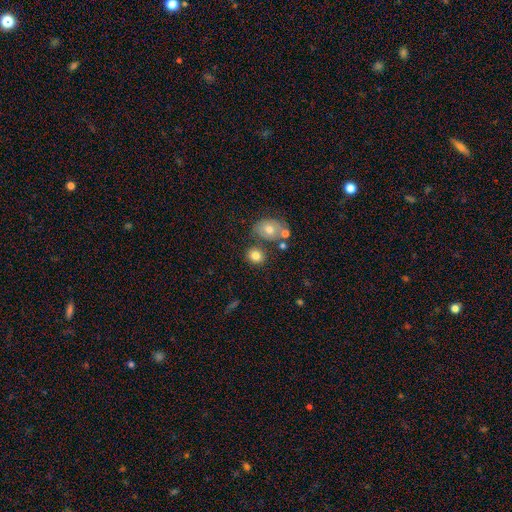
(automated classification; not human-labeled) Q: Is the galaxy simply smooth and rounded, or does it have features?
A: smooth — 80%.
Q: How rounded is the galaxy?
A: round — 68%.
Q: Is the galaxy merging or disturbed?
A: none — 70%.